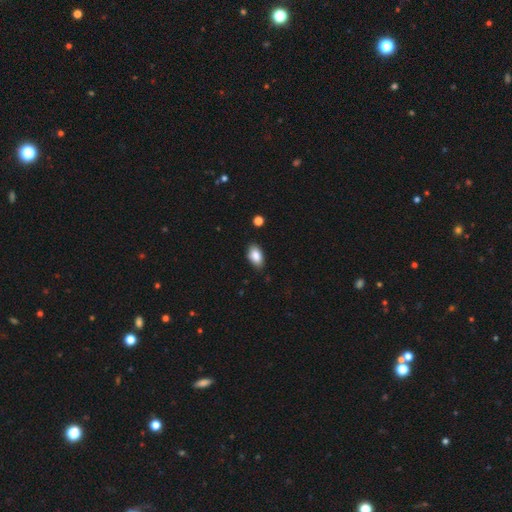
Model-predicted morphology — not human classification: Q: Smooth or featured?
A: smooth (86%); runner-up: star or artifact (7%)
Q: How rounded?
A: in between (92%); runner-up: round (6%)
Q: Merging?
A: none (83%); runner-up: minor disturbance (13%)